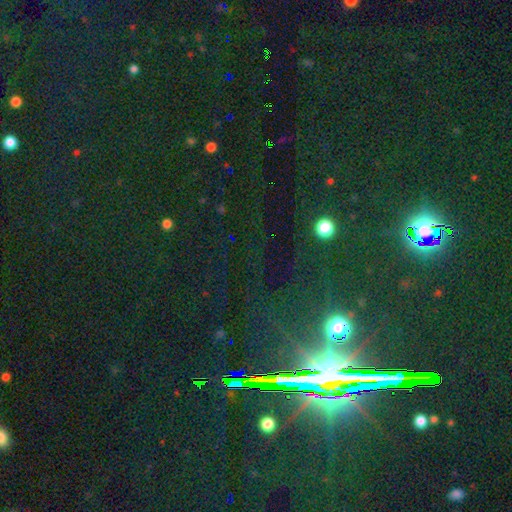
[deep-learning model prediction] The model was most divided on "smooth or featured": star or artifact: 81%, smooth: 11%, featured or disk: 8%.